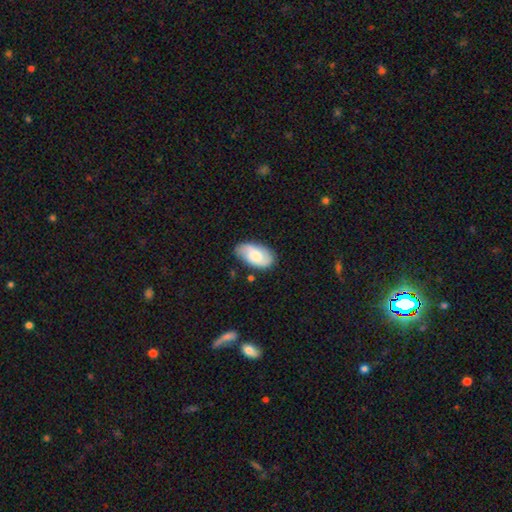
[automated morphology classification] This appears to be a smooth galaxy with no disk features (60%) that is in between round and cigar-shaped (94%). Merging: none (75%).